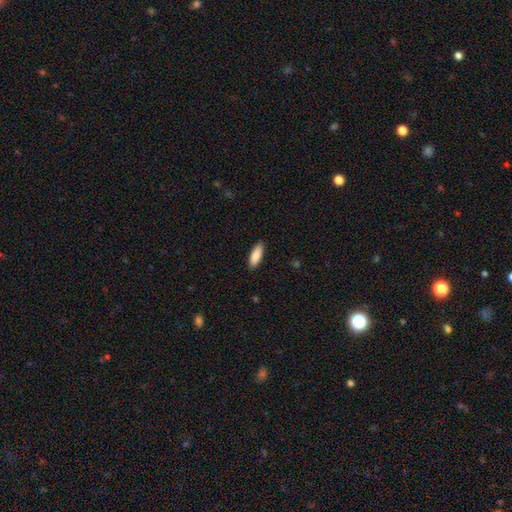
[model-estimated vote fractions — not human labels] This is clearly a smooth galaxy (87%). How rounded: likely in between (63%). Merging: clearly none (87%).